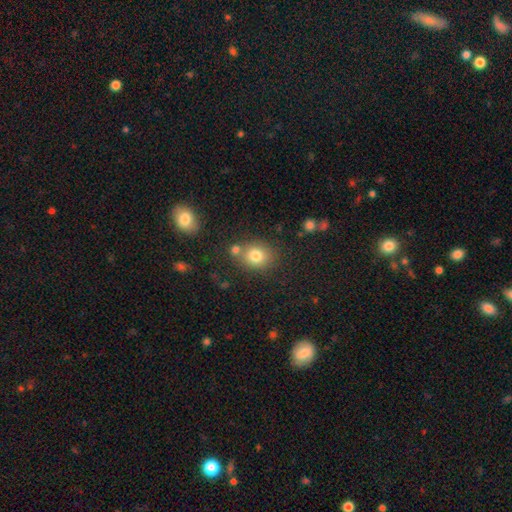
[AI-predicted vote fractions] The model was most divided on "how rounded": round: 65%, in between: 34%, cigar-shaped: 1%. More confident: smooth or featured — smooth (79%); merging — none (69%).